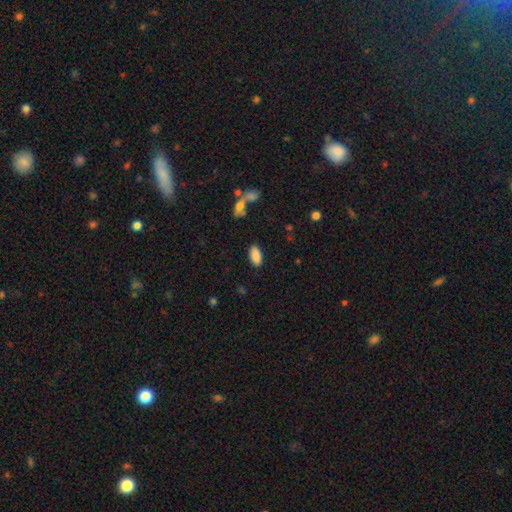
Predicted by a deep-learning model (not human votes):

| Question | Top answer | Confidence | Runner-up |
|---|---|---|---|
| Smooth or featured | smooth | 87% | star or artifact (7%) |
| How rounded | in between | 92% | cigar-shaped (6%) |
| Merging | none | 86% | minor disturbance (9%) |